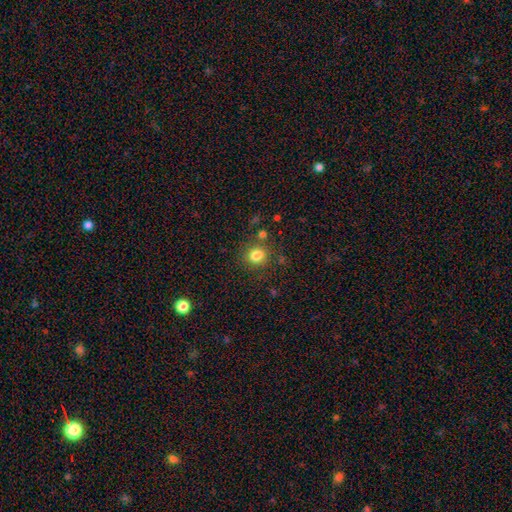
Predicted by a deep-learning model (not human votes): smooth_or_featured: smooth (p=0.82) [alt: star or artifact p=0.12]
how_rounded: round (p=0.79) [alt: in between p=0.20]
merging: none (p=0.80) [alt: minor disturbance p=0.10]